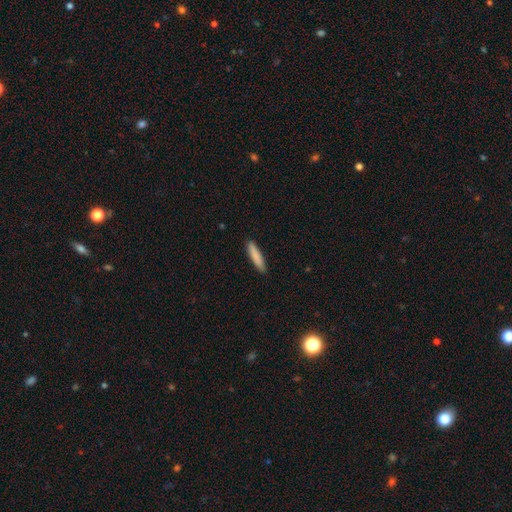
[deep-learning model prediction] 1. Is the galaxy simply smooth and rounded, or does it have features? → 85% smooth, 9% featured or disk, 6% star or artifact.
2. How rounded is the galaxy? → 85% cigar-shaped, 13% in between, 1% round.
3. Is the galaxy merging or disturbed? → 89% none, 8% minor disturbance, 2% major disturbance, 1% merger.